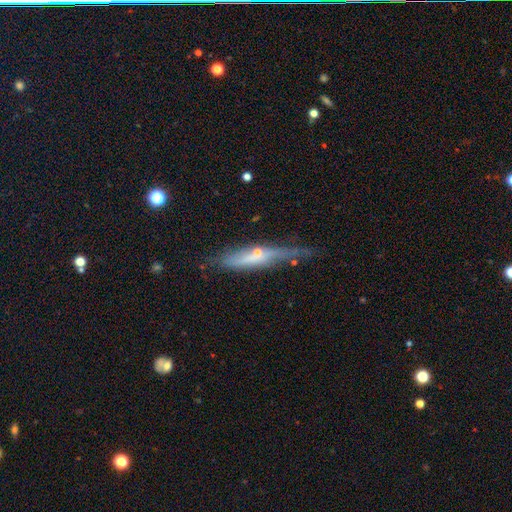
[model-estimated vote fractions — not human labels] This is possibly a featured or disk galaxy (58%). It is clearly viewed edge-on (82%). Merging: possibly none (59%).